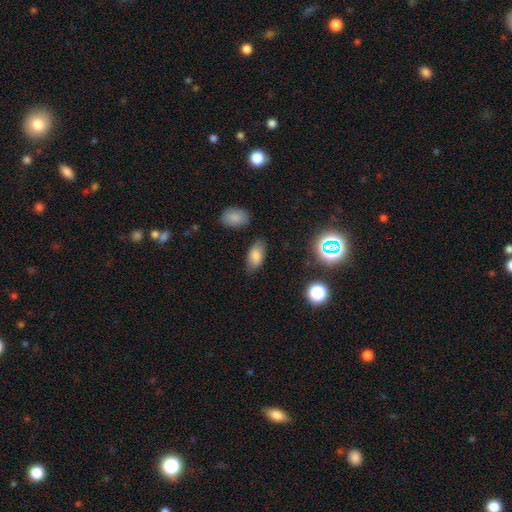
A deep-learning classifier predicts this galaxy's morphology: A smooth galaxy with no disk features (81%) that is in between round and cigar-shaped (92%).

Vote fractions:
- Smooth or featured? smooth: 81% / star or artifact: 11% / featured or disk: 9%
- How rounded? in between: 92% / cigar-shaped: 5% / round: 3%
- Merging? none: 80% / minor disturbance: 13% / major disturbance: 3% / merger: 3%